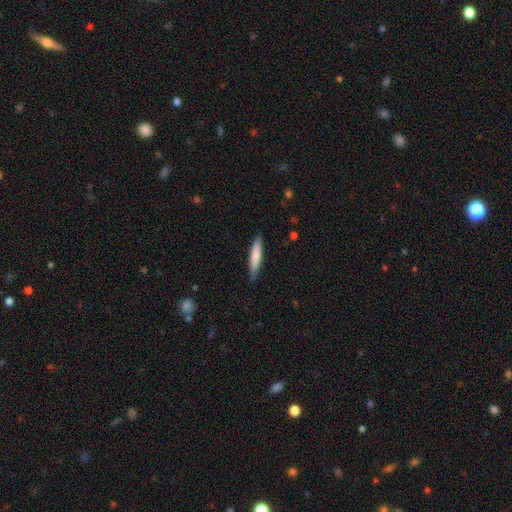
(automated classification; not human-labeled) This is likely a smooth galaxy (75%). How rounded: clearly cigar-shaped (87%). Merging: clearly none (86%).